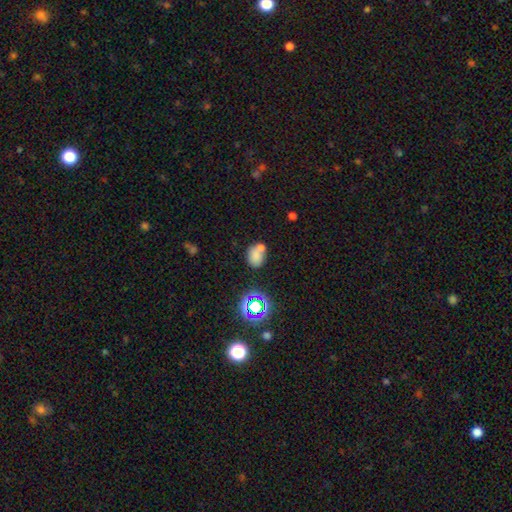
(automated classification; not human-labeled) A smooth galaxy with no disk features (72%) that is in between round and cigar-shaped (55%). Merging: none (46%).